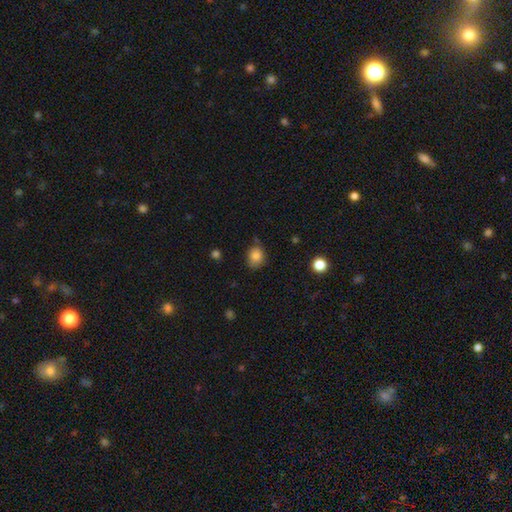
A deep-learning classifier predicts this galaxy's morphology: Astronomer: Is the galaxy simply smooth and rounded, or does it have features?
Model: smooth — 82%.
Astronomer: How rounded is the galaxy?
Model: round — 53% (runner-up: in between, 46%).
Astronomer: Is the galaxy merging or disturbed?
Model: none — 67%.